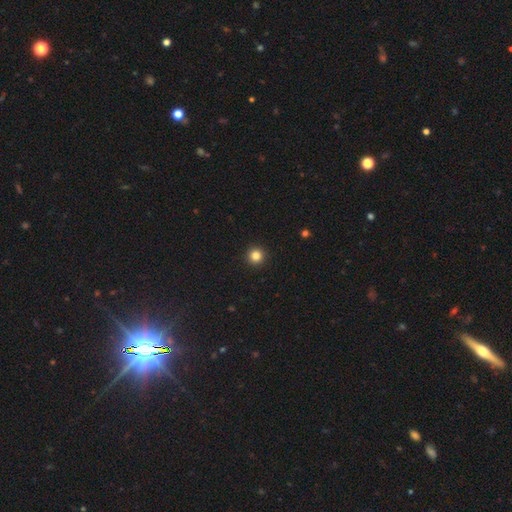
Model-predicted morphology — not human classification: Smooth or featured? smooth (84%)
How rounded? round (96%)
Merging? none (94%)